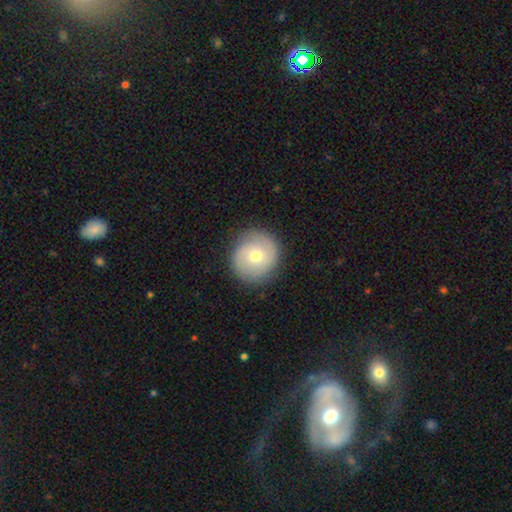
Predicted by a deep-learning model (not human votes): Smooth or featured? smooth (51%)
How rounded? round (91%)
Merging? none (86%)